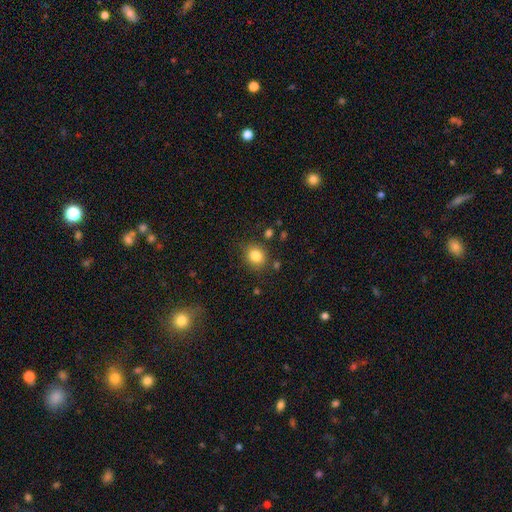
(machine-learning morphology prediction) Overall: smooth (83%). How rounded: round (72%). Merging: none (82%).